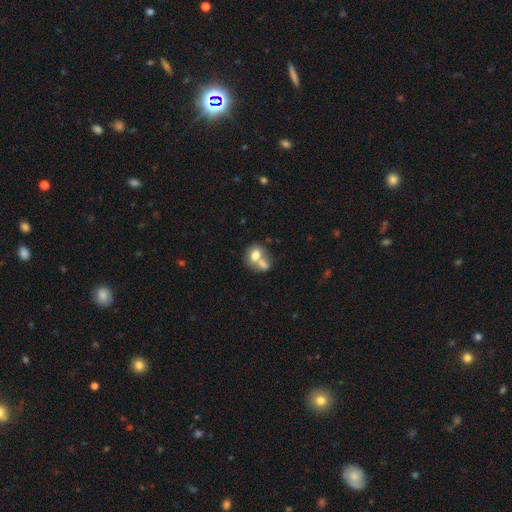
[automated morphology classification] A smooth galaxy with no disk features (71%) that is in between round and cigar-shaped (54%). Merging: merger (61%).